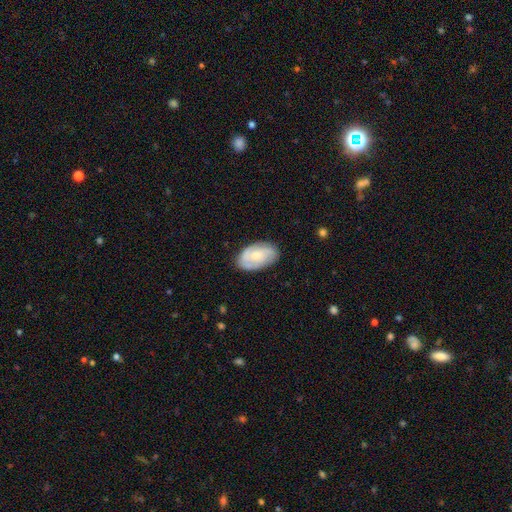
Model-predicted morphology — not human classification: Overall: featured or disk (57%; smooth 37%). Edge-on disk: no (96%). Bar: no (68%). Spiral arms: yes (86%). Bulge size: small (47%; moderate 40%). Merging: none (78%).